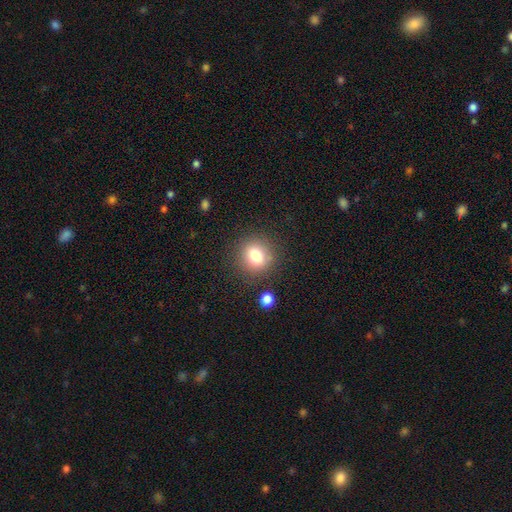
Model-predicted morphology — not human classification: smooth_or_featured: smooth (p=0.79) [alt: star or artifact p=0.12]
how_rounded: round (p=0.81) [alt: in between p=0.18]
merging: none (p=0.84) [alt: minor disturbance p=0.09]